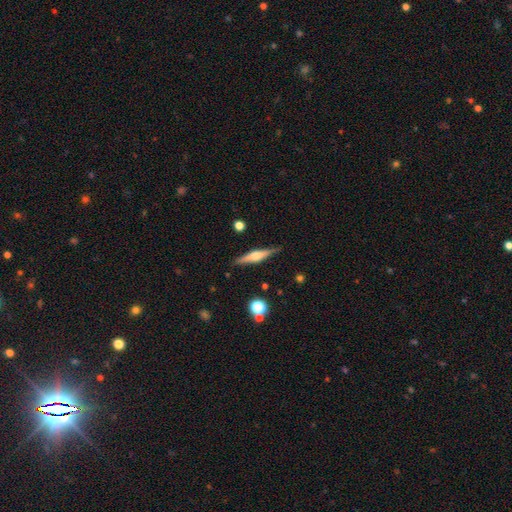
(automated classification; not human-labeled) Morphology: type=featured or disk (70%); edge-on=yes (97%); edge-on bulge=rounded (81%); merging=none (87%).